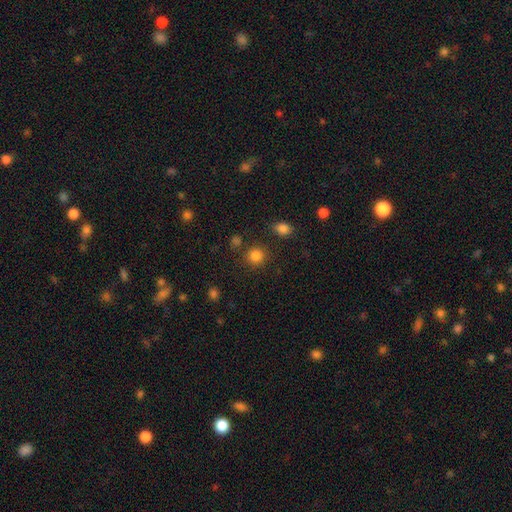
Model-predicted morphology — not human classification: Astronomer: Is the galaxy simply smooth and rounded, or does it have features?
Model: smooth — 83%.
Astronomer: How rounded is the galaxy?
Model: round — 91%.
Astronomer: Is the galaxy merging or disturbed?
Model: none — 84%.